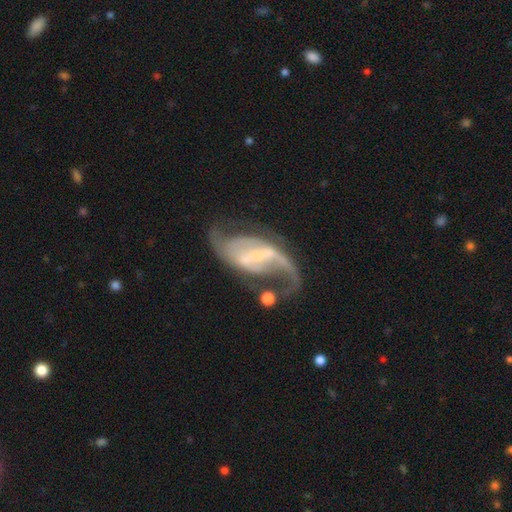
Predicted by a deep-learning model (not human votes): This is clearly a featured or disk galaxy (86%). It is clearly not viewed edge-on (96%). Bar: possibly strong (48%). Spiral arm pattern: clearly yes (91%). Spiral arm count: likely 2 (80%). Spiral winding: likely loose (62%). Central bulge: possibly none (45%). Merging: marginally none (43%).